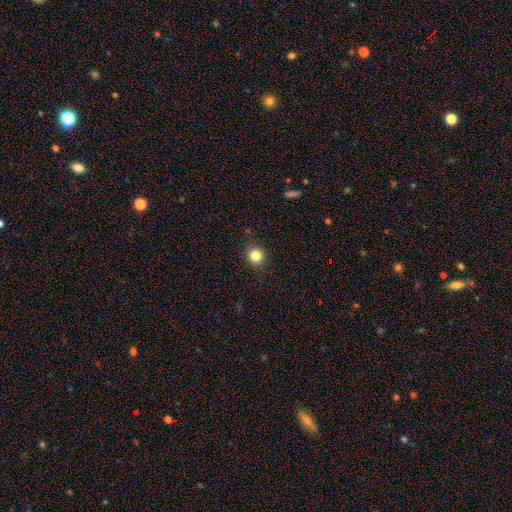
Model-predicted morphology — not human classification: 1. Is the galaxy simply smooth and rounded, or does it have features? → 83% smooth, 11% star or artifact, 5% featured or disk.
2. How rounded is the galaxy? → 88% round, 11% in between, 1% cigar-shaped.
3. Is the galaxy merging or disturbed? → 90% none, 7% minor disturbance, 2% major disturbance, 1% merger.